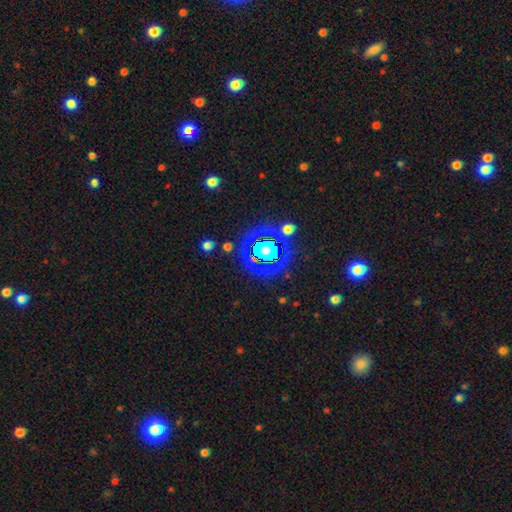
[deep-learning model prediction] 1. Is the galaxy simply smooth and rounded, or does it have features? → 69% star or artifact, 20% smooth, 11% featured or disk.